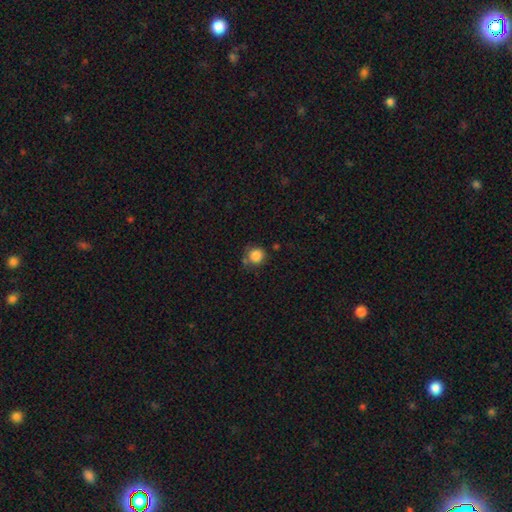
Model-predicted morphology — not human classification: The model was most divided on "merging": none: 69%, minor disturbance: 17%, merger: 9%, major disturbance: 5%. More confident: how rounded — round (92%); smooth or featured — smooth (85%).